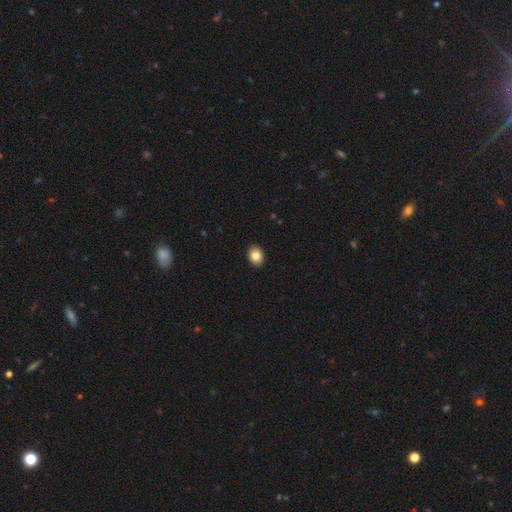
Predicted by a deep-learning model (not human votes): Q: Smooth or featured?
A: smooth (85%); runner-up: star or artifact (8%)
Q: How rounded?
A: in between (66%); runner-up: round (33%)
Q: Merging?
A: none (91%); runner-up: minor disturbance (6%)